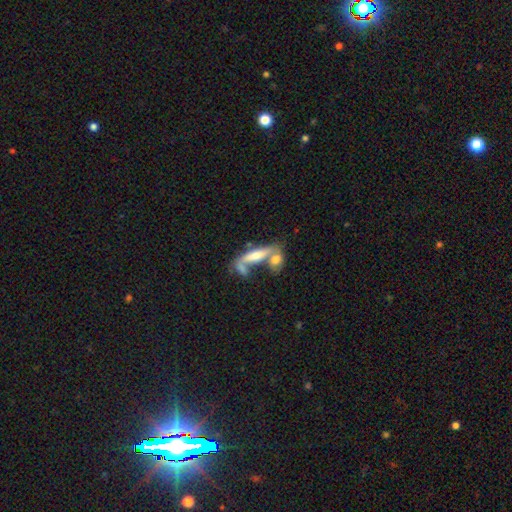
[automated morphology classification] A featured or disk galaxy (48%). Merging: merger (47%).